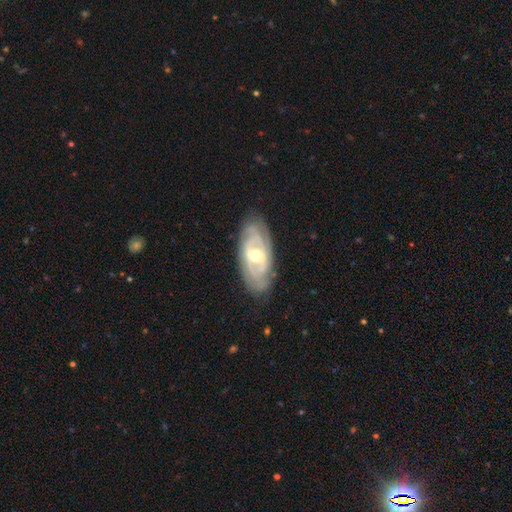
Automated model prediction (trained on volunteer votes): Smooth or featured? featured or disk (82%)
Edge-on disk? no (91%)
Bar? weak (45%)
Spiral arms? yes (87%)
Spiral winding? tight (64%)
Spiral arm count? 2 (40%)
Bulge size? moderate (62%)
Merging? none (80%)